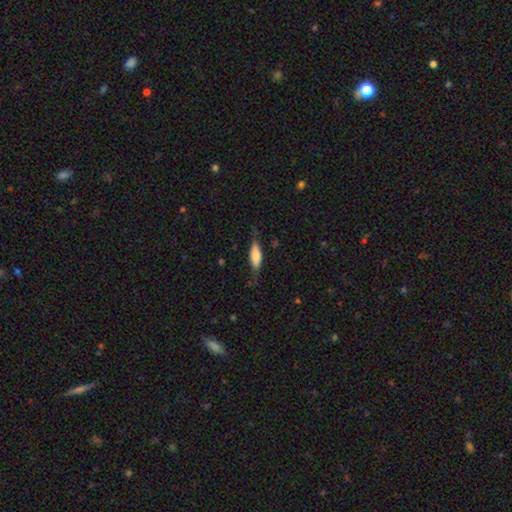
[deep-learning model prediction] Overall: smooth (70%). How rounded: in between (58%; cigar-shaped 40%). Merging: none (68%).